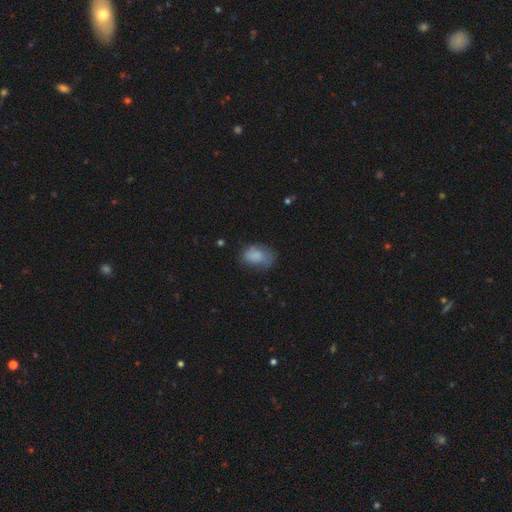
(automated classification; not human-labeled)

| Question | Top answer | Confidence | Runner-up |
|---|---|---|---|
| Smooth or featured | smooth | 80% | featured or disk (12%) |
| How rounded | in between | 85% | round (14%) |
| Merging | none | 57% | minor disturbance (30%) |